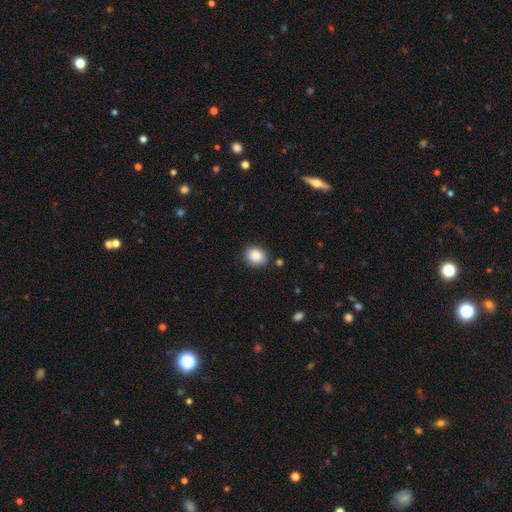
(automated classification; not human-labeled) Morphology: type=smooth (86%); roundness=round (60%); merging=none (84%).